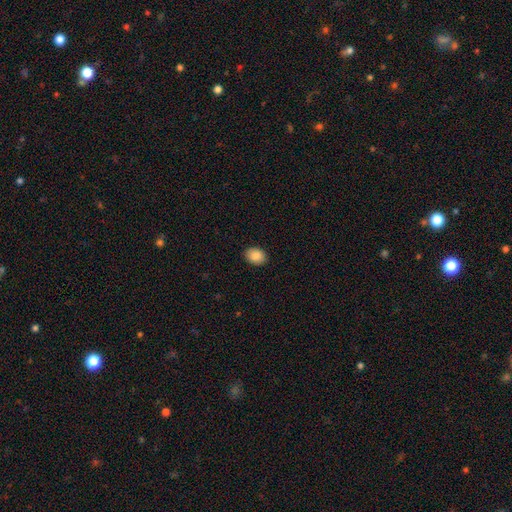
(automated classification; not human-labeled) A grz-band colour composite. It shows a smooth galaxy with no disk features (87%) that is in between round and cigar-shaped (67%). Merging: none (91%).